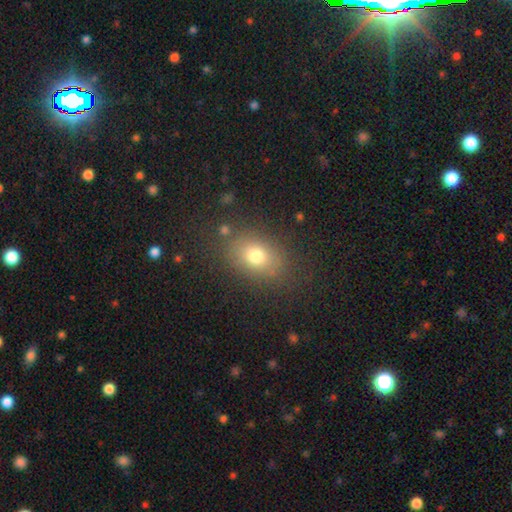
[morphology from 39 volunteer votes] Smooth or featured? 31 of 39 (79%) said smooth. How rounded? 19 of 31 (61%) said in between. Merging? 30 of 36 (83%) said none.